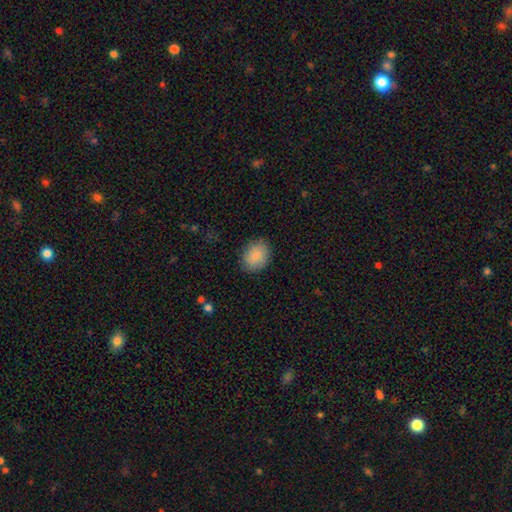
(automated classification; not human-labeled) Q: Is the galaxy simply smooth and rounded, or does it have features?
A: smooth — 87%.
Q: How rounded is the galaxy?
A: in between — 59%.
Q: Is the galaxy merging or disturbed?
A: none — 85%.